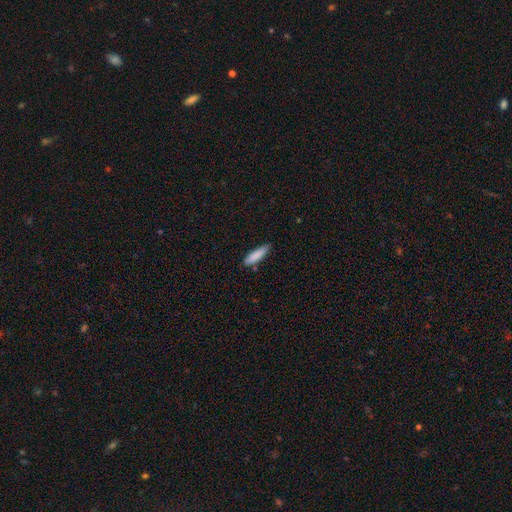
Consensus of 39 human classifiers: Smooth or featured?
  - smooth: 85% *
  - featured or disk: 8%
  - star or artifact: 8%
How rounded?
  - cigar-shaped: 64% *
  - in between: 36%
  - round: 0%
Merging?
  - none: 69% *
  - minor disturbance: 31%
  - major disturbance: 0%
  - merger: 0%